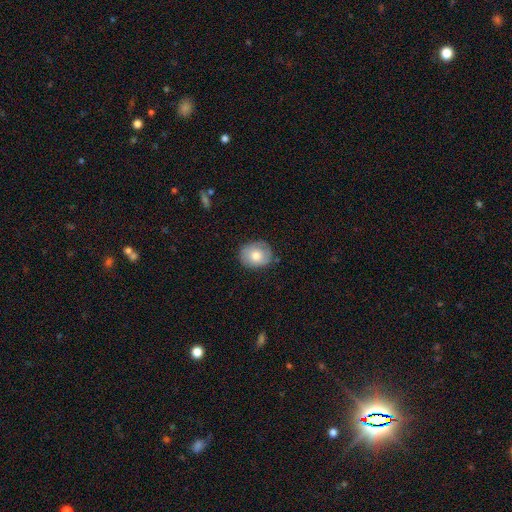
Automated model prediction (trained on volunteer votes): This is likely a smooth galaxy (71%). How rounded: likely round (67%). Merging: likely none (79%).